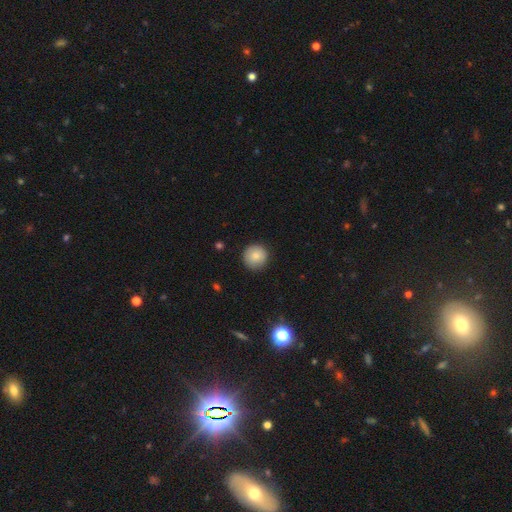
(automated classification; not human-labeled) A smooth galaxy with no disk features (84%) that is round (94%). Merging: none (88%).